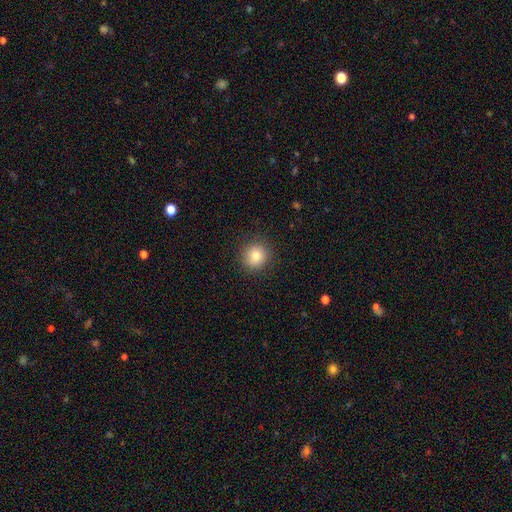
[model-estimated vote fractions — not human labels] Smooth or featured?
  - smooth: 83% *
  - star or artifact: 10%
  - featured or disk: 7%
How rounded?
  - round: 89% *
  - in between: 10%
  - cigar-shaped: 1%
Merging?
  - none: 90% *
  - minor disturbance: 7%
  - major disturbance: 2%
  - merger: 1%